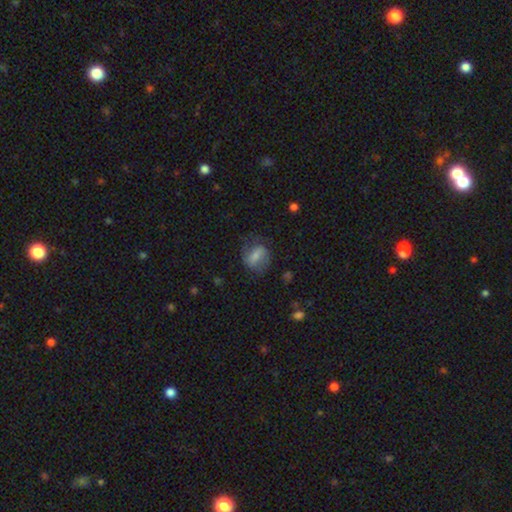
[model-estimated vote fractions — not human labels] Smooth or featured? smooth (53%)
How rounded? in between (56%)
Merging? none (60%)